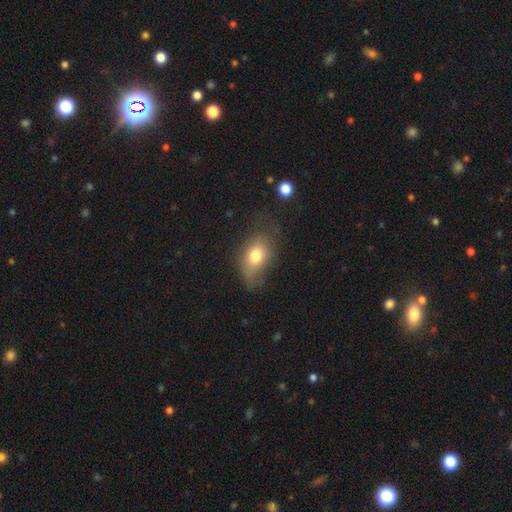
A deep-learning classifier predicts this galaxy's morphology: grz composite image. It shows a smooth galaxy with no disk features (75%) that is in between round and cigar-shaped (83%). Merging: none (53%).